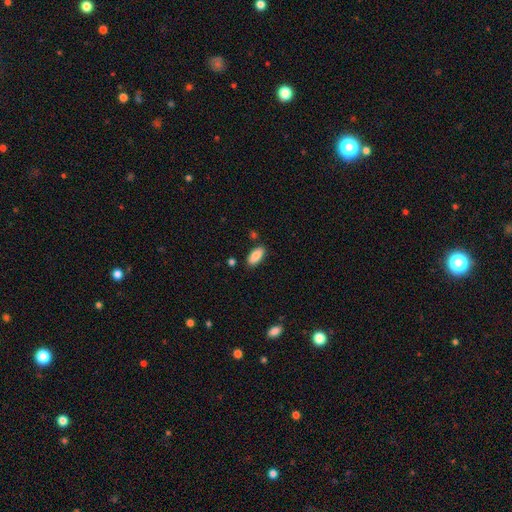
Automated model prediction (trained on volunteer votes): Smooth or featured?
  - smooth: 87% *
  - featured or disk: 7%
  - star or artifact: 7%
How rounded?
  - in between: 89% *
  - cigar-shaped: 9%
  - round: 2%
Merging?
  - none: 83% *
  - minor disturbance: 11%
  - merger: 3%
  - major disturbance: 2%